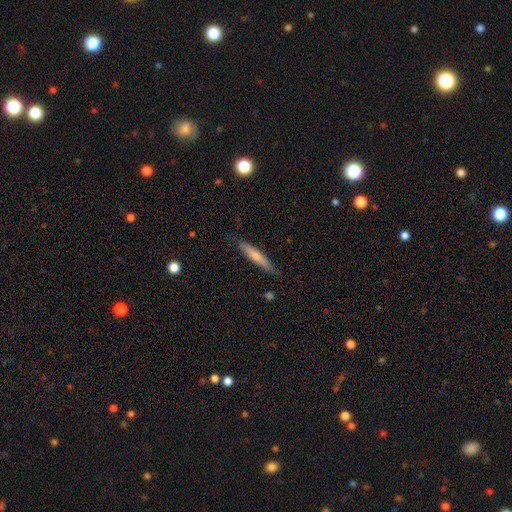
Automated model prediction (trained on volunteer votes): Smooth or featured?
  - smooth: 67% *
  - featured or disk: 27%
  - star or artifact: 5%
How rounded?
  - cigar-shaped: 91% *
  - in between: 8%
  - round: 1%
Merging?
  - none: 84% *
  - minor disturbance: 13%
  - major disturbance: 2%
  - merger: 1%